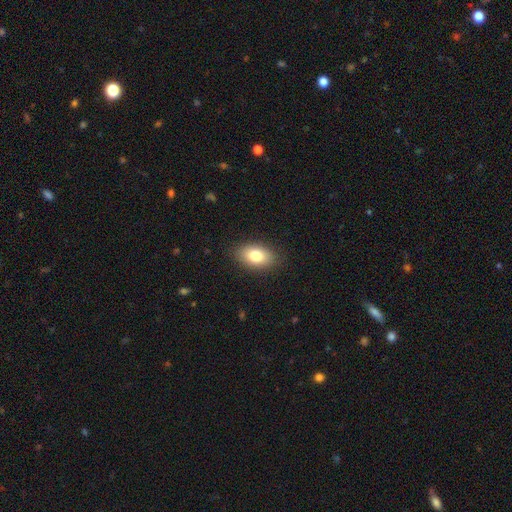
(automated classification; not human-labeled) smooth-or-featured: smooth: 81% | featured or disk: 11% | star or artifact: 8%
  how-rounded: in between: 90% | round: 8% | cigar-shaped: 2%
  merging: none: 86% | minor disturbance: 10% | major disturbance: 3% | merger: 1%